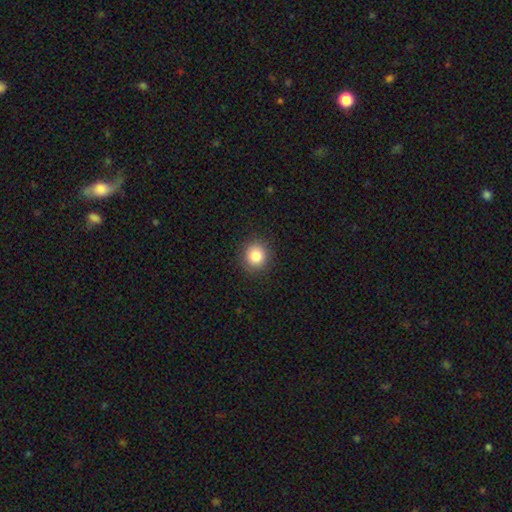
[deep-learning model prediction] Smooth or featured? smooth (84%)
How rounded? round (89%)
Merging? none (91%)